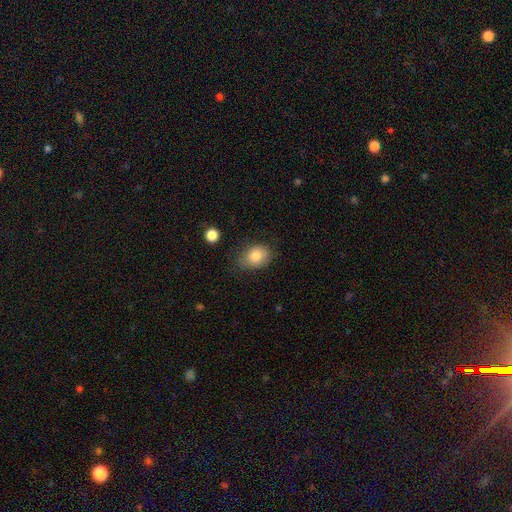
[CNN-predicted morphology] The model was most divided on "how rounded": in between: 63%, round: 36%, cigar-shaped: 1%. More confident: smooth or featured — smooth (84%); merging — none (68%).